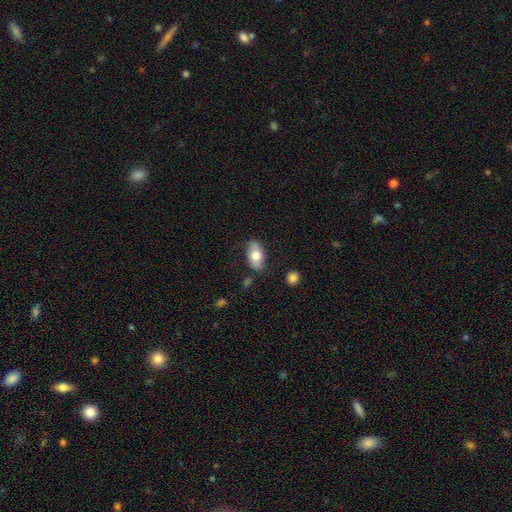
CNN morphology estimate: smooth-or-featured: smooth: 68% | featured or disk: 25% | star or artifact: 7%
  how-rounded: in between: 90% | round: 6% | cigar-shaped: 4%
  merging: none: 76% | minor disturbance: 18% | major disturbance: 4% | merger: 3%